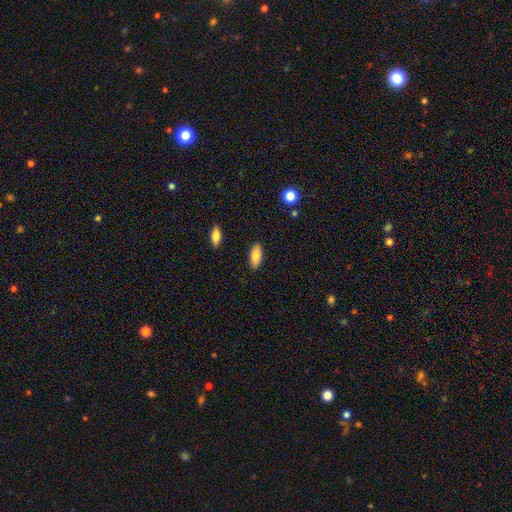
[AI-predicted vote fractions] Smooth or featured? smooth (80%)
How rounded? in between (87%)
Merging? none (88%)